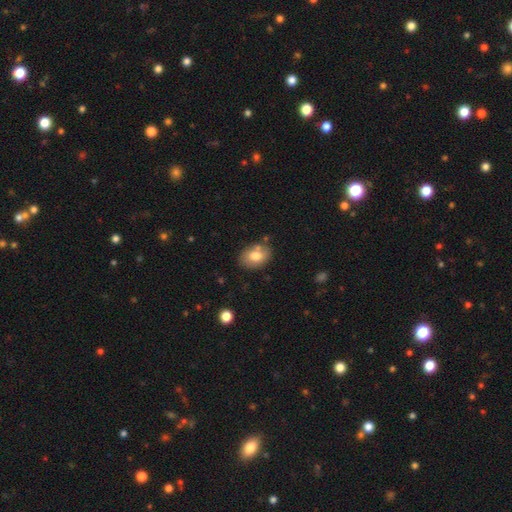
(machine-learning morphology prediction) The model was most divided on "how rounded": in between: 74%, round: 25%, cigar-shaped: 1%. More confident: smooth or featured — smooth (75%); merging — none (74%).